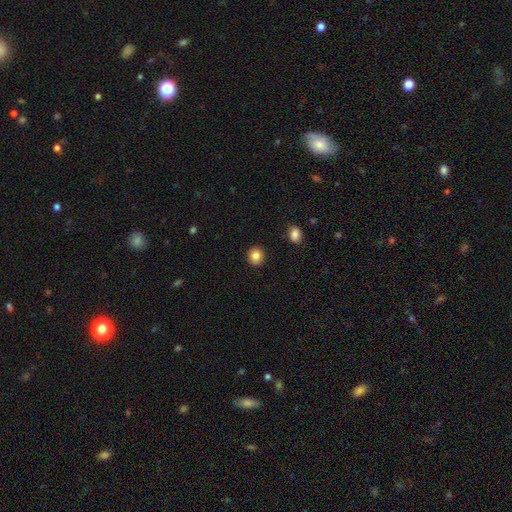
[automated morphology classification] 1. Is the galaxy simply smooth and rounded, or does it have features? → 85% smooth, 9% star or artifact, 6% featured or disk.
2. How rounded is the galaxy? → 84% round, 15% in between, 1% cigar-shaped.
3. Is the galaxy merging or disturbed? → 91% none, 6% minor disturbance, 2% major disturbance, 1% merger.